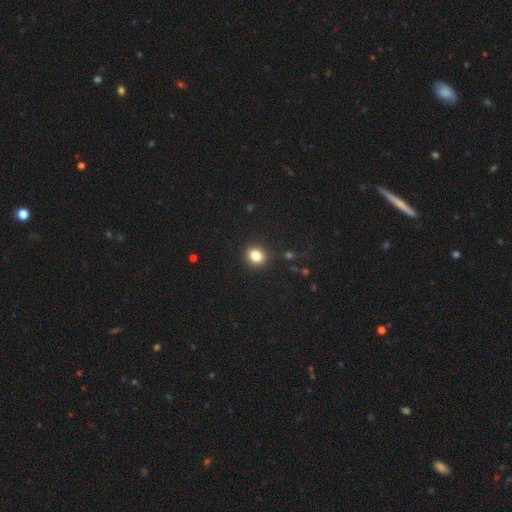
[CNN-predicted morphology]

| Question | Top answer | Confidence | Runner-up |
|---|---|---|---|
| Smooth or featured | smooth | 83% | star or artifact (11%) |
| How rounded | round | 72% | in between (27%) |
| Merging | none | 90% | minor disturbance (7%) |